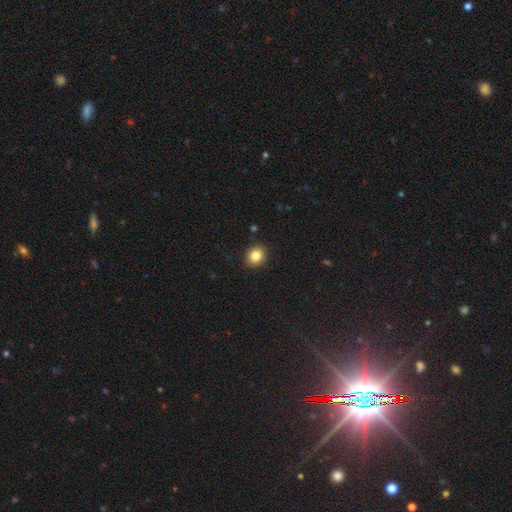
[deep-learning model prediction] Smooth or featured? smooth (83%)
How rounded? round (77%)
Merging? none (91%)